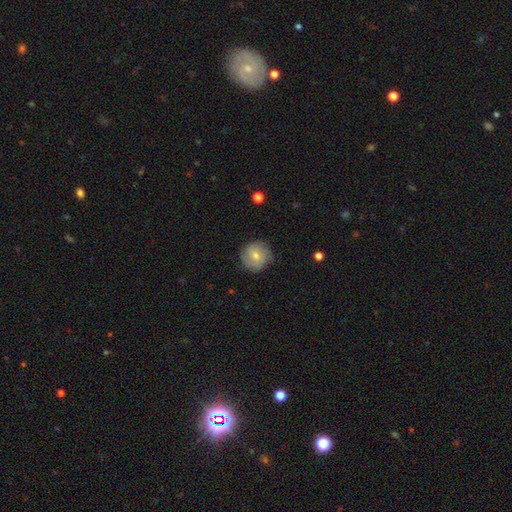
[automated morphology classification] smooth 59%, featured or disk 33%, star or artifact 8%. Down the decision tree: how rounded — round (92%); merging — none (77%).